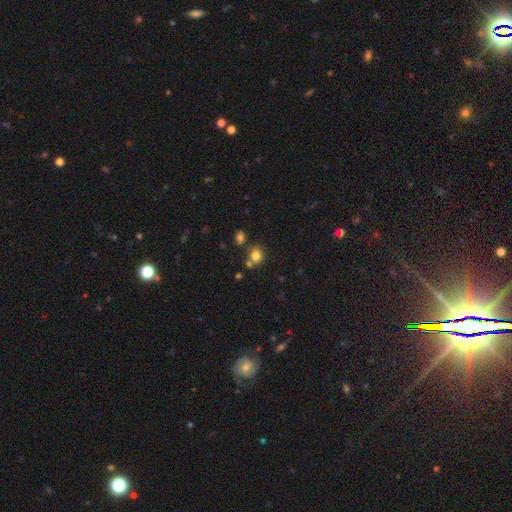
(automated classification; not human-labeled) Q: Smooth or featured?
A: smooth (79%); runner-up: star or artifact (13%)
Q: How rounded?
A: round (74%); runner-up: in between (25%)
Q: Merging?
A: none (66%); runner-up: merger (18%)